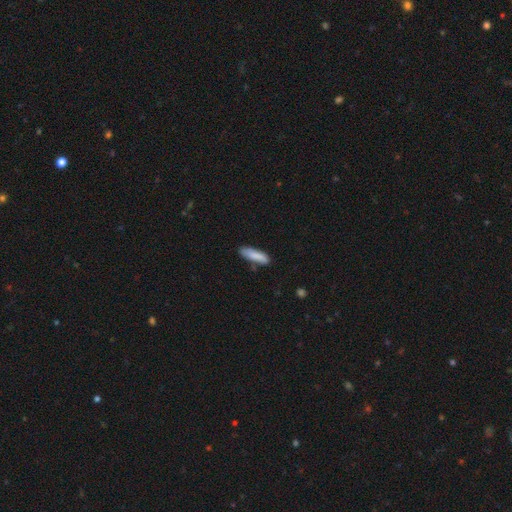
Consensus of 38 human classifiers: A smooth galaxy with no disk features (82%) that is cigar-shaped (58%). Merging: none (72%).